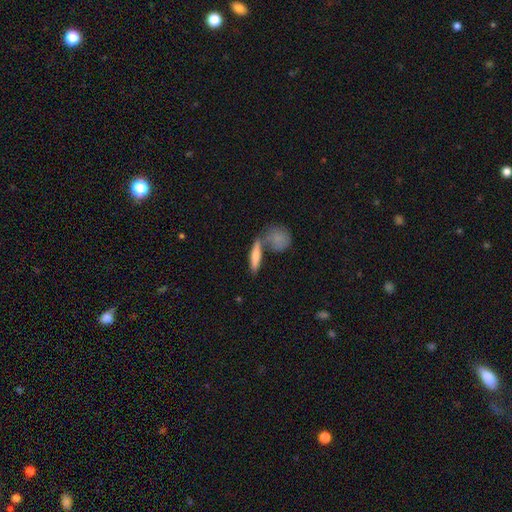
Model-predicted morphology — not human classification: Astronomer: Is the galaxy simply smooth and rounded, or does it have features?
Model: smooth — 67%.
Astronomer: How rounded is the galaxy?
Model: cigar-shaped — 72%.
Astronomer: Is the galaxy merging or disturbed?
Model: none — 59%.